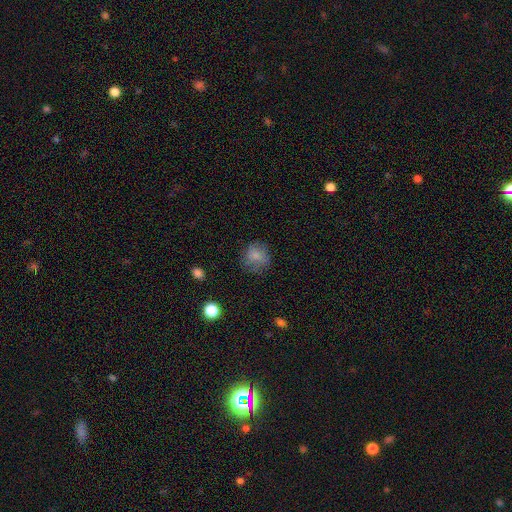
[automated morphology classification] This appears to be a smooth galaxy with no disk features (78%) that is round (78%). Merging: none (69%).